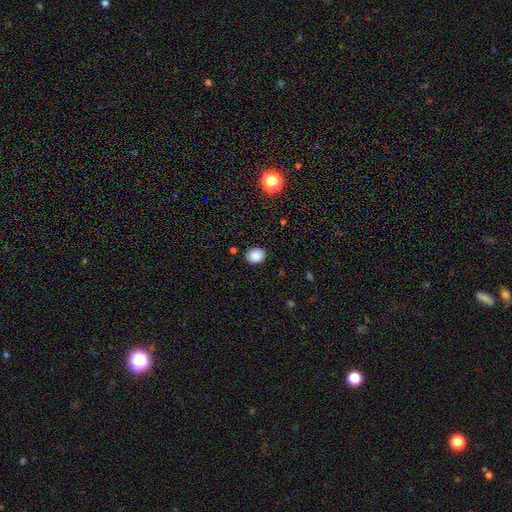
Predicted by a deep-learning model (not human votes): Morphology: type=smooth (87%); roundness=round (54%); merging=none (88%).